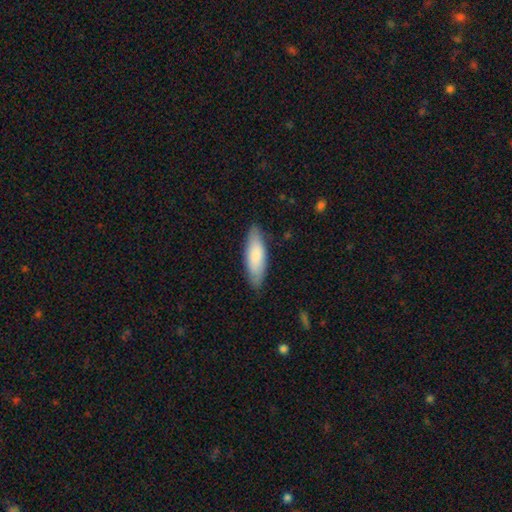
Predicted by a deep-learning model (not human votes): This is clearly a smooth galaxy (81%). How rounded: possibly in between (56%). Merging: clearly none (84%).